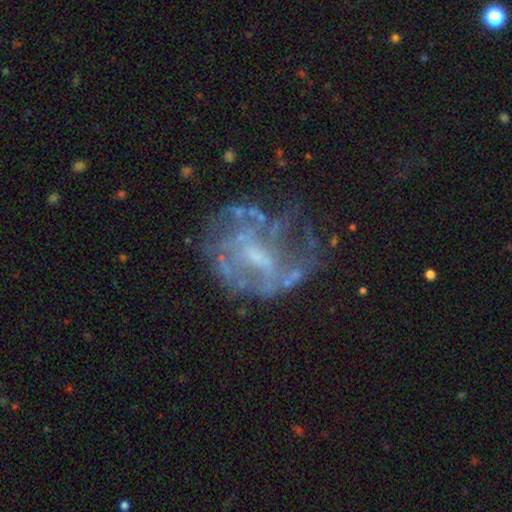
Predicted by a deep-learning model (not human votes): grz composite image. It shows a featured or disk galaxy (74%) with no bar (55%), no spiral arms (61%) and a small central bulge (39%). Merging: none (45%).